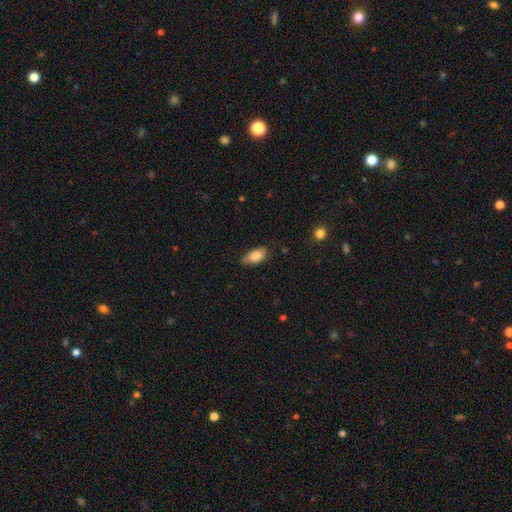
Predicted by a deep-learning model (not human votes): smooth_or_featured: smooth (p=0.81) [alt: featured or disk p=0.12]
how_rounded: in between (p=0.90) [alt: cigar-shaped p=0.06]
merging: none (p=0.70) [alt: minor disturbance p=0.25]